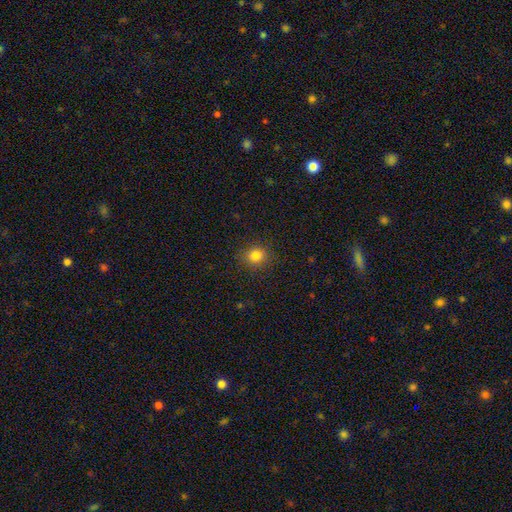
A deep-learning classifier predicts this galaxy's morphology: smooth 82%, star or artifact 13%, featured or disk 5%. Down the decision tree: how rounded — round (82%); merging — none (88%).